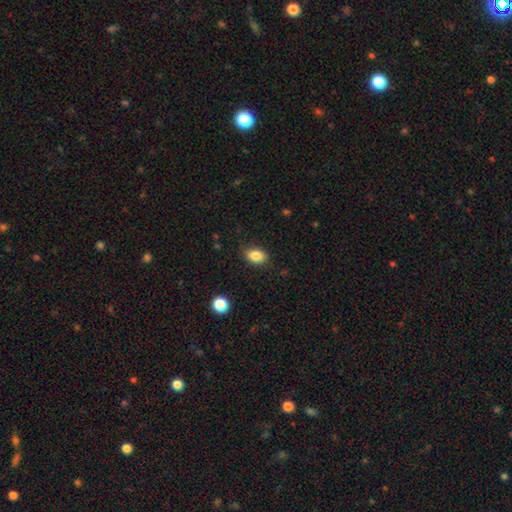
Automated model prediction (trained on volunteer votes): Overall: smooth (86%). How rounded: in between (81%). Merging: none (86%).